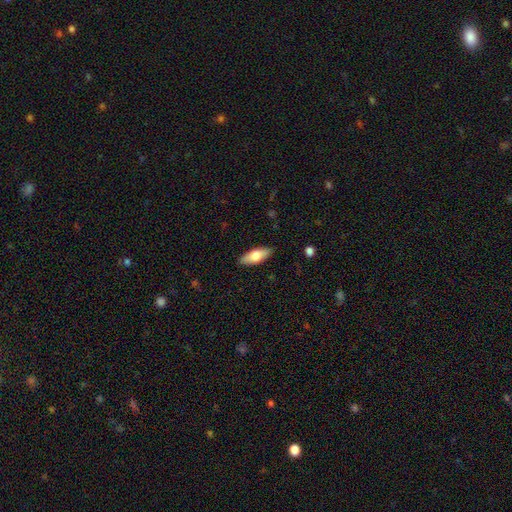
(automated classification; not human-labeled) Smooth or featured?
  - smooth: 69% *
  - featured or disk: 25%
  - star or artifact: 6%
How rounded?
  - in between: 73% *
  - cigar-shaped: 25%
  - round: 2%
Merging?
  - none: 88% *
  - minor disturbance: 9%
  - major disturbance: 2%
  - merger: 1%